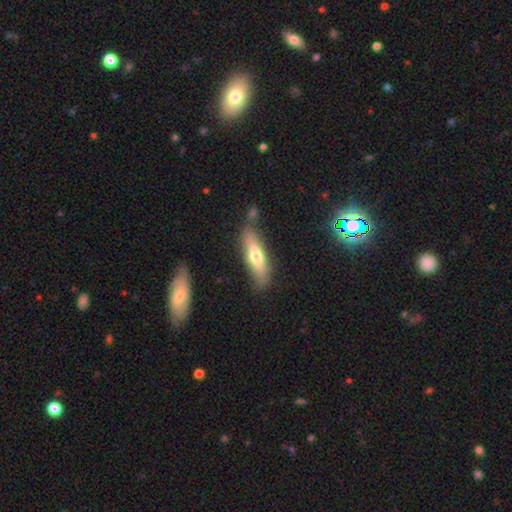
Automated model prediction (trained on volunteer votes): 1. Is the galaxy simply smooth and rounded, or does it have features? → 58% smooth, 36% featured or disk, 6% star or artifact.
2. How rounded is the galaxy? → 65% cigar-shaped, 33% in between, 2% round.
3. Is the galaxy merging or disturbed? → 77% none, 14% minor disturbance, 6% merger, 3% major disturbance.